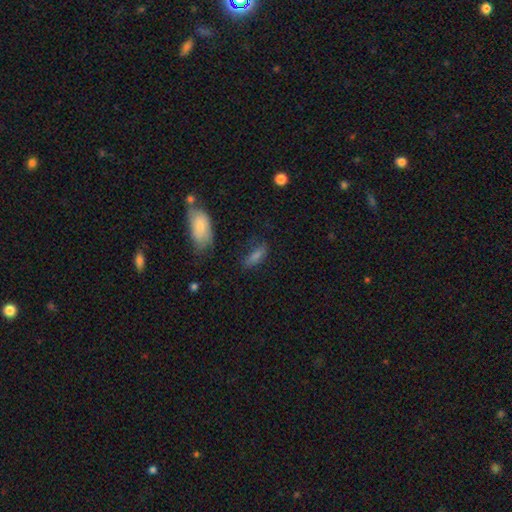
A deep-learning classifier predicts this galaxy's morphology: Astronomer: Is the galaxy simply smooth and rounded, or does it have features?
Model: smooth — 72%.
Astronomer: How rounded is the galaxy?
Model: in between — 58% (runner-up: cigar-shaped, 38%).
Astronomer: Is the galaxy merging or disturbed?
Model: none — 63%.